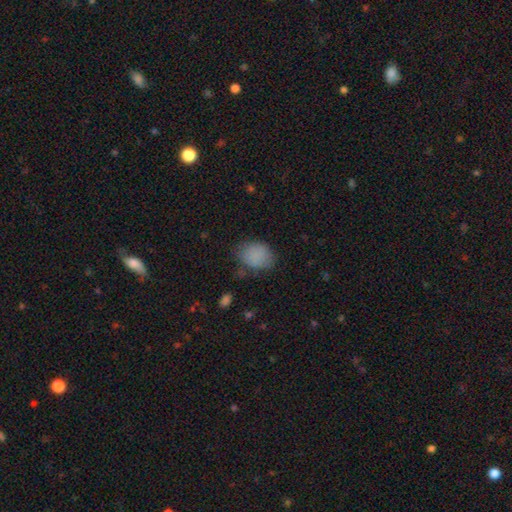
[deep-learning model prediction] smooth-or-featured: smooth: 86% | star or artifact: 9% | featured or disk: 5%
  how-rounded: in between: 67% | round: 32% | cigar-shaped: 1%
  merging: none: 69% | minor disturbance: 23% | major disturbance: 6% | merger: 2%